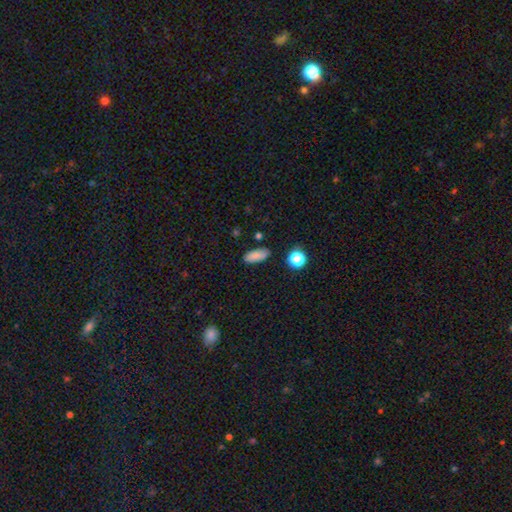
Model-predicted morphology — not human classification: Smooth or featured? Predicted: smooth (p=0.84). How rounded? Predicted: in between (p=0.78). Merging? Predicted: none (p=0.84).